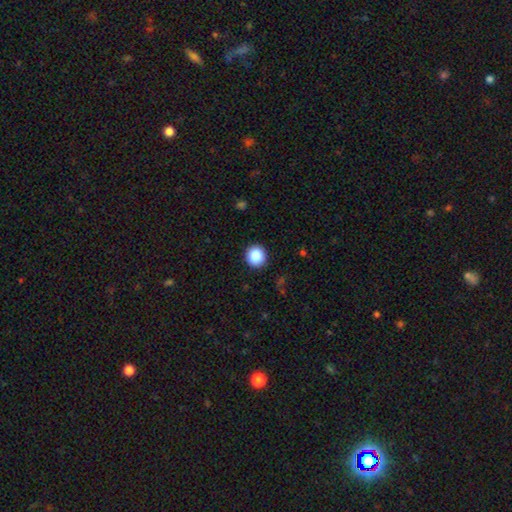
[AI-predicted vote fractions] A smooth galaxy with no disk features (88%) that is round (91%).

Vote fractions:
- Smooth or featured? smooth: 88% / star or artifact: 9% / featured or disk: 3%
- How rounded? round: 91% / in between: 8% / cigar-shaped: 1%
- Merging? none: 91% / minor disturbance: 6% / major disturbance: 2% / merger: 1%